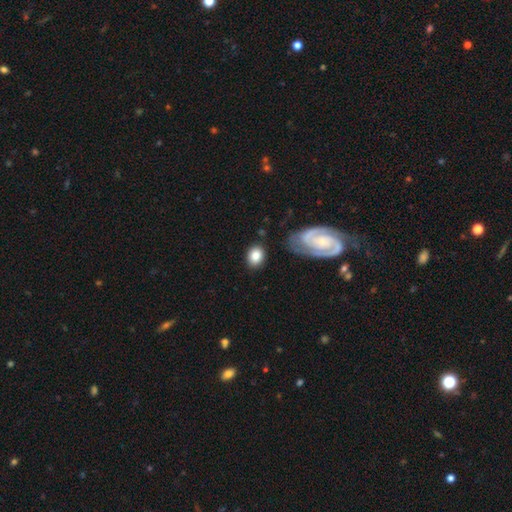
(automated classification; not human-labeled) The model was most divided on "how rounded": in between: 57%, round: 42%, cigar-shaped: 1%. More confident: merging — none (80%); smooth or featured — smooth (80%).